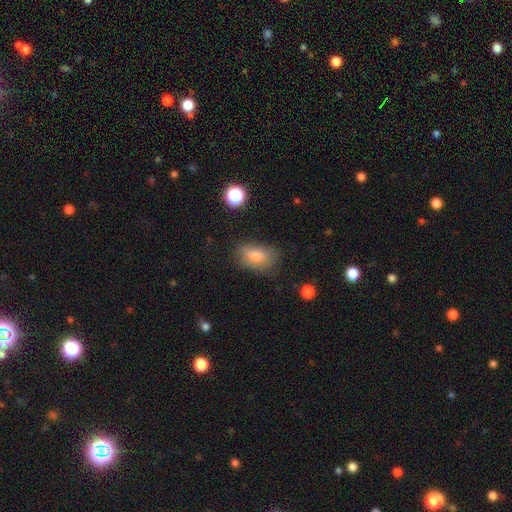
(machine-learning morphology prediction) A smooth galaxy with no disk features (81%) that is in between round and cigar-shaped (87%). Merging: none (73%).